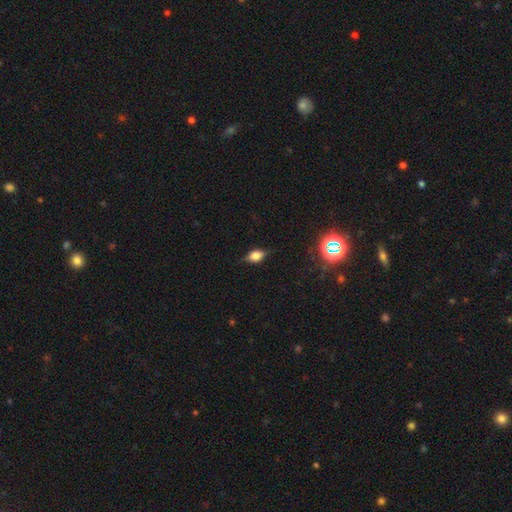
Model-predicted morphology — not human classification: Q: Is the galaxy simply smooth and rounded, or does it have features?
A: smooth — 53%.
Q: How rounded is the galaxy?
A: in between — 74%.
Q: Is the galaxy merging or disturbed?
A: none — 75%.